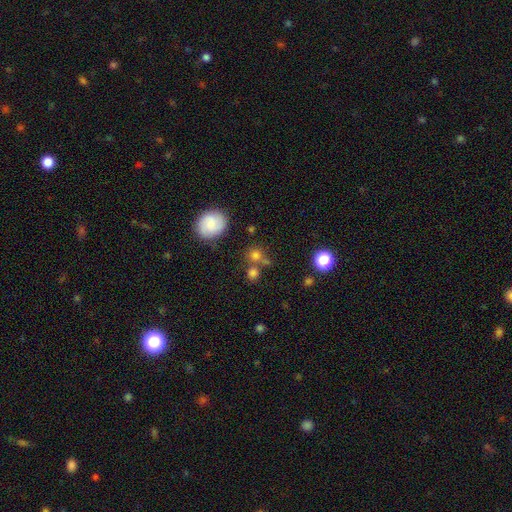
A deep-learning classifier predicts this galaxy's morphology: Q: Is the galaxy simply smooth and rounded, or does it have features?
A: smooth — 74%.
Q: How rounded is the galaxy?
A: round — 86%.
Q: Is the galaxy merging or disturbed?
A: none — 60%.